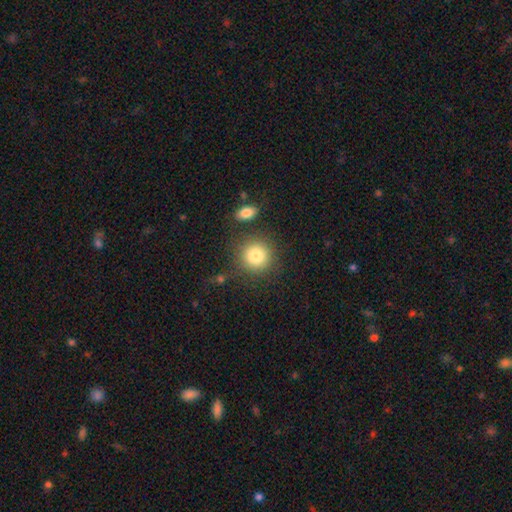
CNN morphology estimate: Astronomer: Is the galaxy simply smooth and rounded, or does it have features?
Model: smooth — 82%.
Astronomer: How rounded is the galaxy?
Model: round — 90%.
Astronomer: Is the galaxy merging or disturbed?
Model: none — 80%.